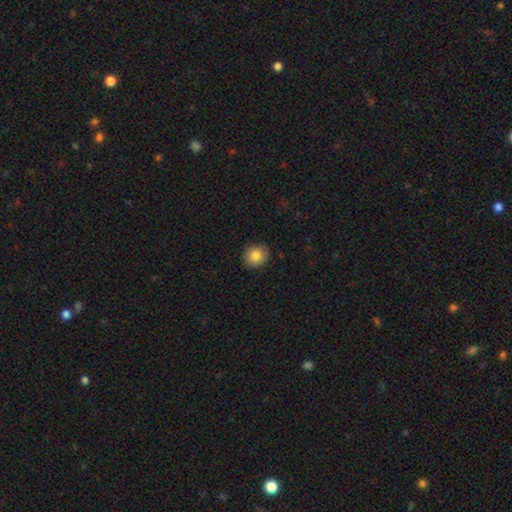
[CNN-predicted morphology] Smooth or featured: smooth — 84% (star or artifact — 8%)
How rounded: round — 73% (in between — 26%)
Merging: none — 84% (minor disturbance — 13%)